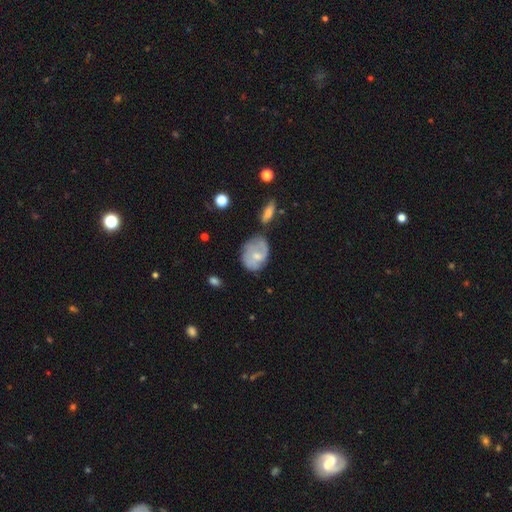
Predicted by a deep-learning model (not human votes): The model was most divided on "smooth or featured": smooth: 49%, featured or disk: 45%, star or artifact: 7%. Remaining: merging — none (45%).